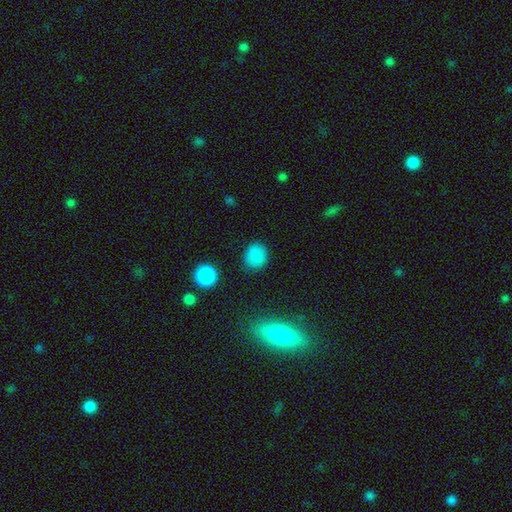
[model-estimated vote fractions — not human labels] Morphology: type=smooth (83%); roundness=round (77%); merging=none (85%).